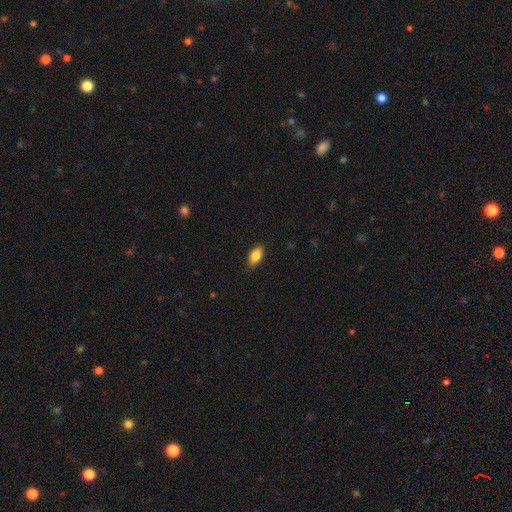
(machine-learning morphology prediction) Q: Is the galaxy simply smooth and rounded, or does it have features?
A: smooth — 84%.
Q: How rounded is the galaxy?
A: in between — 91%.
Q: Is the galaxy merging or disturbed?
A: none — 86%.